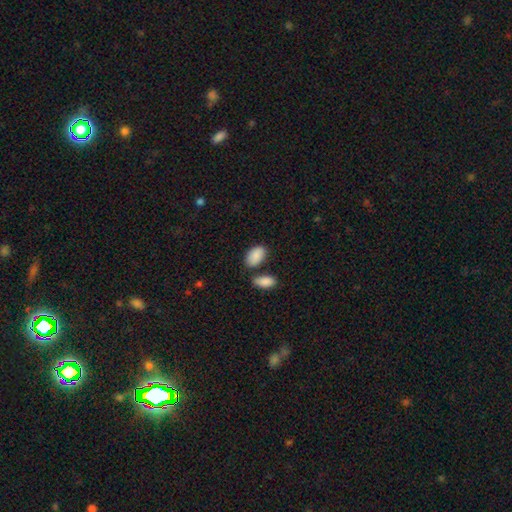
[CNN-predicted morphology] smooth-or-featured: smooth: 89% | star or artifact: 6% | featured or disk: 5%
  how-rounded: in between: 94% | round: 4% | cigar-shaped: 2%
  merging: none: 67% | merger: 15% | minor disturbance: 14% | major disturbance: 4%